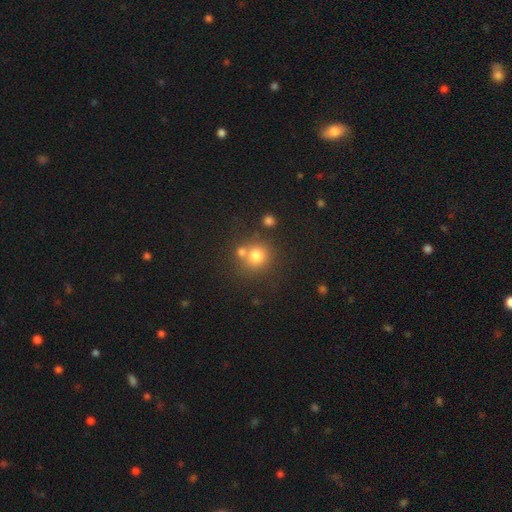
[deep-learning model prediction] A smooth galaxy with no disk features (76%) that is round (88%). Merging: none (60%).